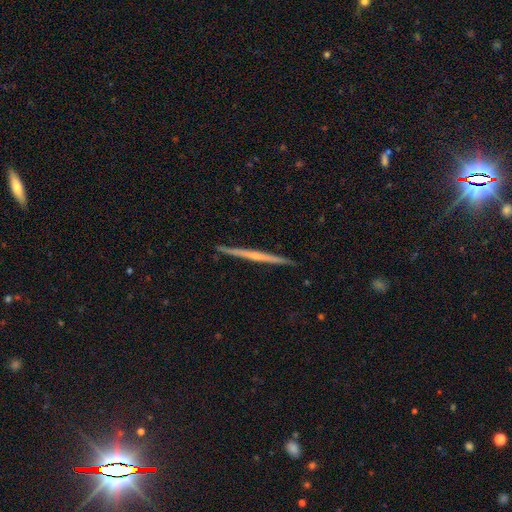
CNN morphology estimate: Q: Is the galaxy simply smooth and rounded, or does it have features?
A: featured or disk — 71%.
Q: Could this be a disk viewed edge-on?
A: yes — 98%.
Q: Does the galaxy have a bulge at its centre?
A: none — 57%.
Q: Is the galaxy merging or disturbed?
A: none — 93%.